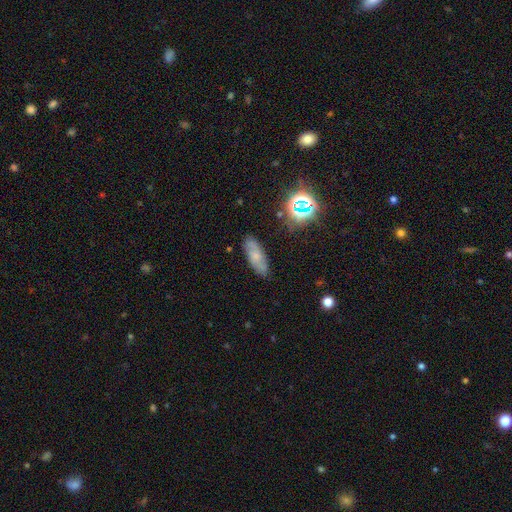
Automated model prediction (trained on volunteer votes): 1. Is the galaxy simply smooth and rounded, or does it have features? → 48% smooth, 38% featured or disk, 13% star or artifact.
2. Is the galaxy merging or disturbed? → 78% none, 16% minor disturbance, 4% major disturbance, 2% merger.